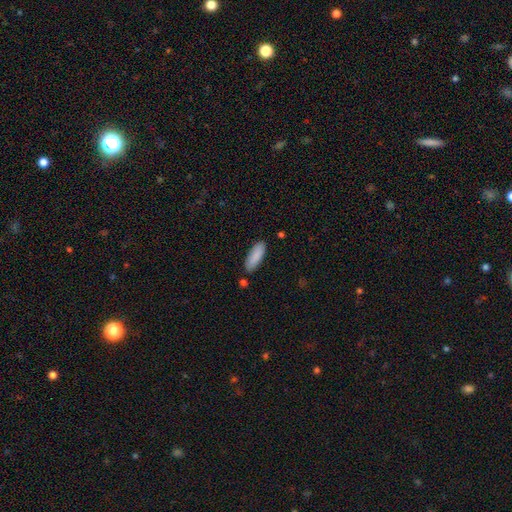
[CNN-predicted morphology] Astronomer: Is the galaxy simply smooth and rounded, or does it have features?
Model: smooth — 89%.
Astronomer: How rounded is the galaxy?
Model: in between — 63%.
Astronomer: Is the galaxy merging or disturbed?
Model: none — 83%.